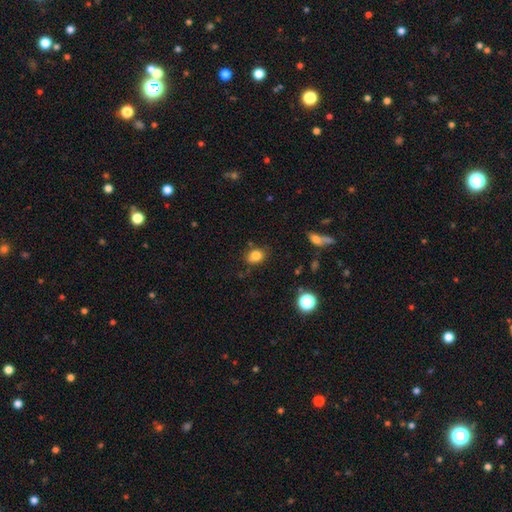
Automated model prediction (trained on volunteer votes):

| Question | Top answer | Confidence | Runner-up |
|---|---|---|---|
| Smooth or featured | smooth | 82% | star or artifact (12%) |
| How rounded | in between | 57% | round (42%) |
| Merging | none | 78% | minor disturbance (15%) |